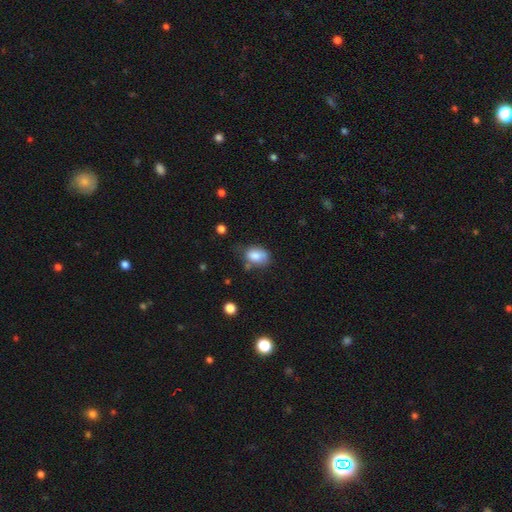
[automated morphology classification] A smooth galaxy with no disk features (83%) that is in between round and cigar-shaped (76%).

Vote fractions:
- Smooth or featured? smooth: 83% / featured or disk: 9% / star or artifact: 8%
- How rounded? in between: 76% / round: 23% / cigar-shaped: 1%
- Merging? none: 52% / minor disturbance: 31% / major disturbance: 10% / merger: 6%